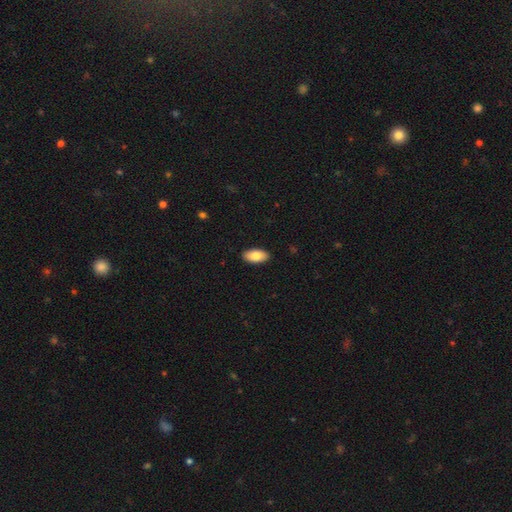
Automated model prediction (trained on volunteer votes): smooth_or_featured: smooth (p=0.83) [alt: featured or disk p=0.11]
how_rounded: in between (p=0.94) [alt: cigar-shaped p=0.04]
merging: none (p=0.90) [alt: minor disturbance p=0.07]